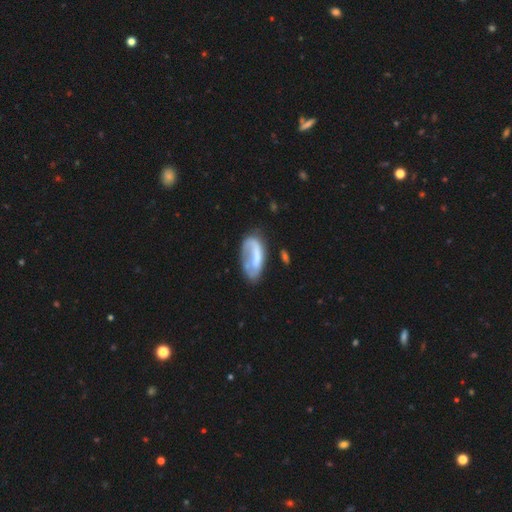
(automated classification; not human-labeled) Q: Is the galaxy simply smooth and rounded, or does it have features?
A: smooth — 47%.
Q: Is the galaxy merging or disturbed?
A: none — 43%.